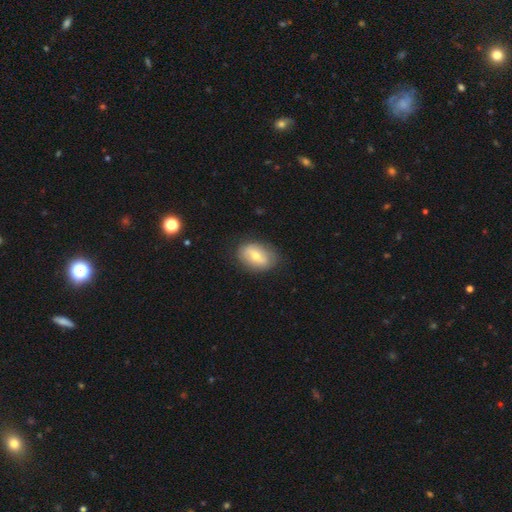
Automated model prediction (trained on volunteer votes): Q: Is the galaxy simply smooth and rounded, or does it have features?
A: smooth — 54%.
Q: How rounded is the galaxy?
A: in between — 79%.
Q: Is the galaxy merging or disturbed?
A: none — 81%.